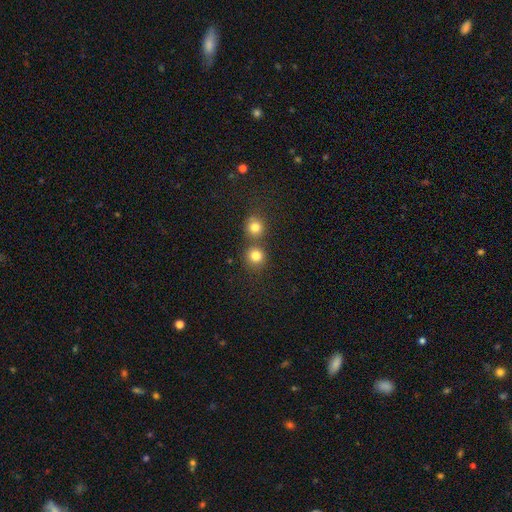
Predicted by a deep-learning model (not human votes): smooth-or-featured: smooth: 81% | star or artifact: 13% | featured or disk: 6%
  how-rounded: round: 91% | in between: 9% | cigar-shaped: 1%
  merging: none: 66% | merger: 25% | minor disturbance: 7% | major disturbance: 3%